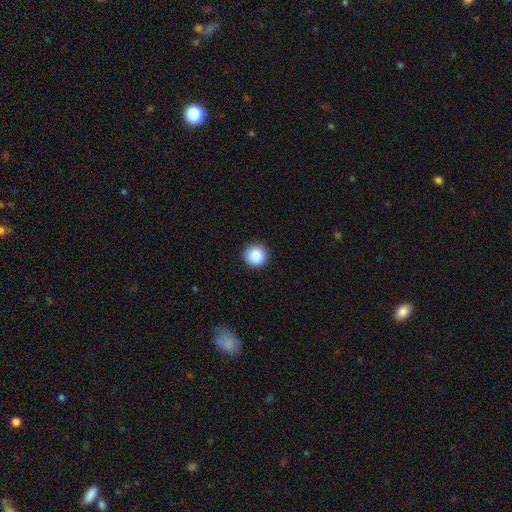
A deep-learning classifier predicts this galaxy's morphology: Overall: smooth (88%). How rounded: round (95%). Merging: none (91%).